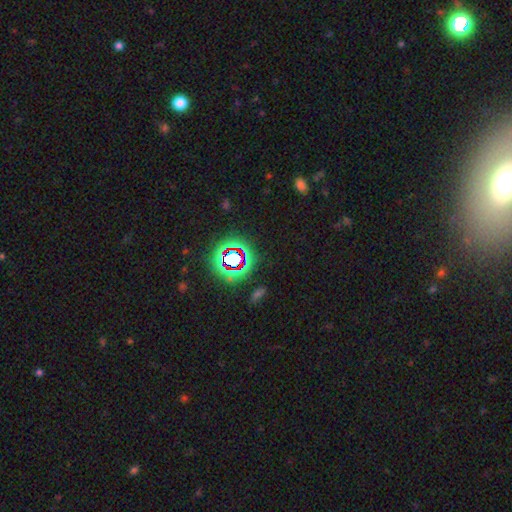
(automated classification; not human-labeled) Smooth or featured?
  - star or artifact: 58% *
  - smooth: 25%
  - featured or disk: 17%